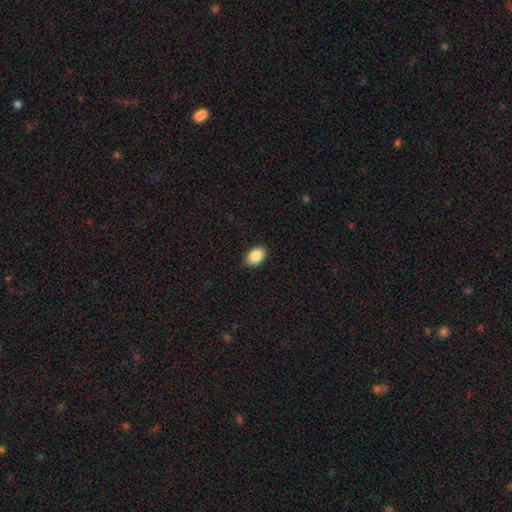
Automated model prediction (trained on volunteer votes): Smooth or featured? smooth (89%)
How rounded? in between (87%)
Merging? none (88%)